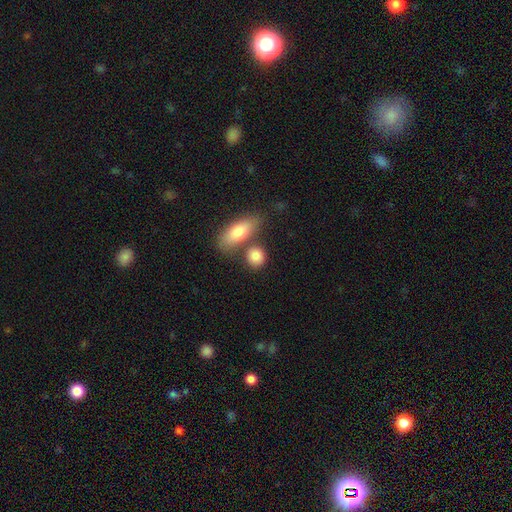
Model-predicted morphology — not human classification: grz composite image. It shows a smooth galaxy with no disk features (84%) that is round (62%). Merging: none (63%).